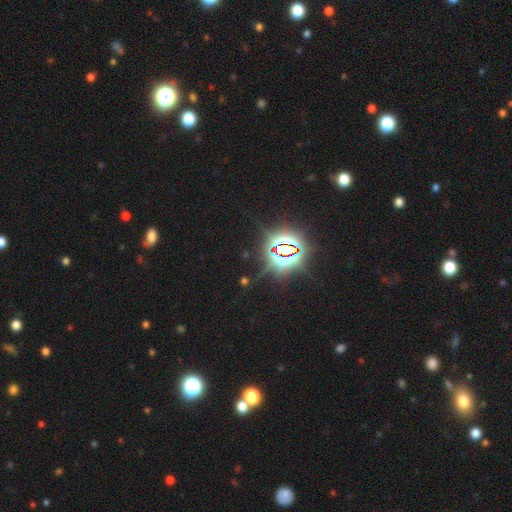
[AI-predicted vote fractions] Morphology: type=star or artifact (81%).